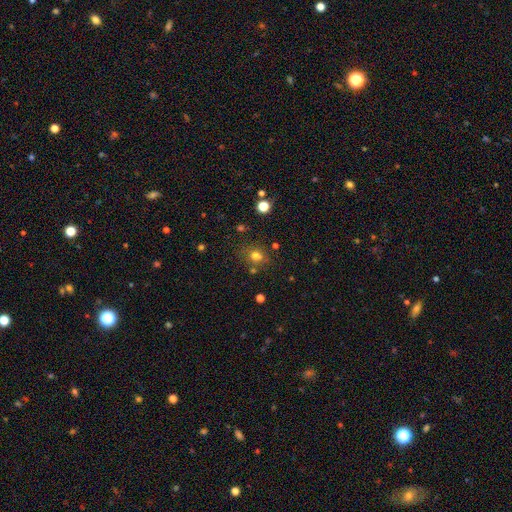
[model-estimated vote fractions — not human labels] Morphology: type=smooth (74%); roundness=round (65%); merging=none (71%).